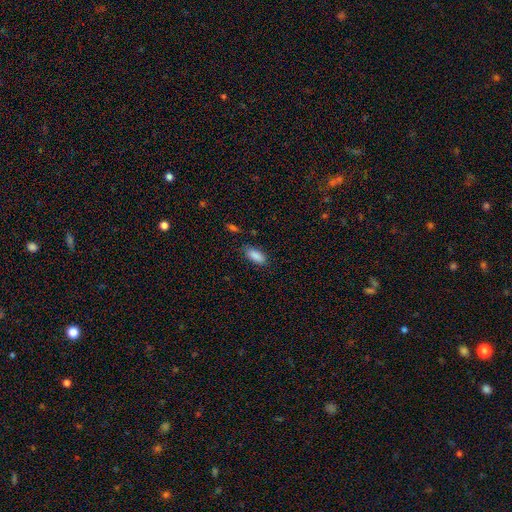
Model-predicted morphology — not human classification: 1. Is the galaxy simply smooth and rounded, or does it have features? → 89% smooth, 7% star or artifact, 4% featured or disk.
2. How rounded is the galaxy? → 87% in between, 11% cigar-shaped, 2% round.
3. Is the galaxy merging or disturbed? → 80% none, 15% minor disturbance, 3% major disturbance, 2% merger.